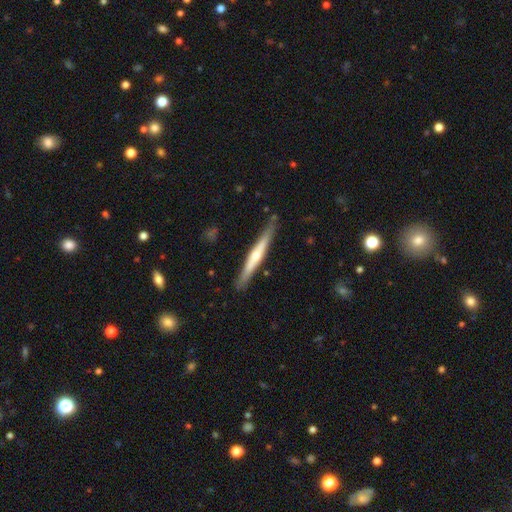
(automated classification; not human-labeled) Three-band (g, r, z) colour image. It shows a featured or disk galaxy (60%) viewed edge-on (96%) with a rounded central bulge (75%). Merging: none (85%).